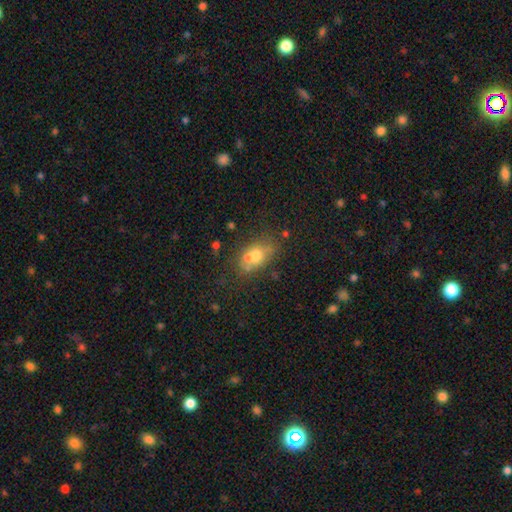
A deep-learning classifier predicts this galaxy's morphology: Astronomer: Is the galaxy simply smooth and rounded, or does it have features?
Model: smooth — 62%.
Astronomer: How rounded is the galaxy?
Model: in between — 68%.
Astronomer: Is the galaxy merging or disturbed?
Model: none — 42% (runner-up: merger, 37%).